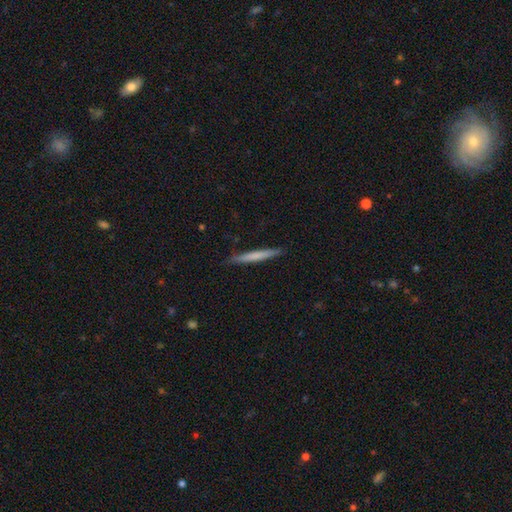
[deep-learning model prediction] Smooth or featured?
  - smooth: 61% *
  - featured or disk: 34%
  - star or artifact: 5%
How rounded?
  - cigar-shaped: 97% *
  - in between: 2%
  - round: 1%
Merging?
  - none: 90% *
  - minor disturbance: 7%
  - major disturbance: 1%
  - merger: 1%